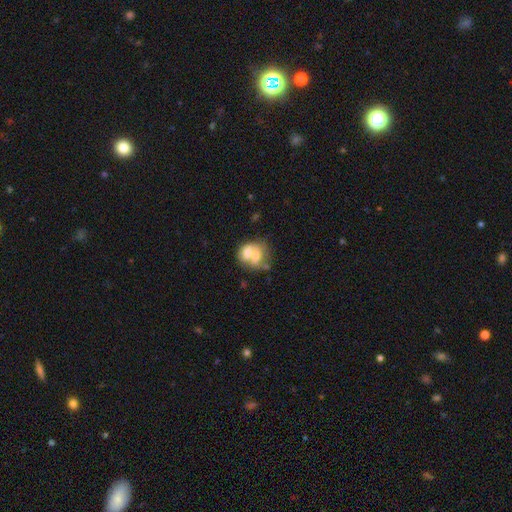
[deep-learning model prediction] Smooth or featured: smooth — 55% (featured or disk — 37%)
How rounded: round — 52% (in between — 47%)
Merging: merger — 63% (none — 21%)